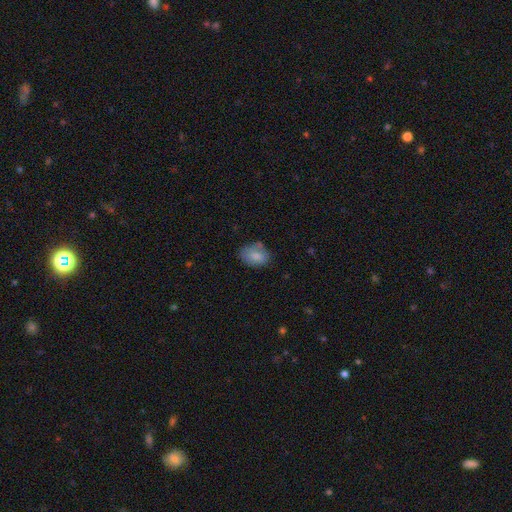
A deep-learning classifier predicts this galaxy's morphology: smooth-or-featured: smooth: 79% | featured or disk: 13% | star or artifact: 8%
  how-rounded: in between: 75% | round: 24% | cigar-shaped: 1%
  merging: none: 60% | minor disturbance: 28% | major disturbance: 8% | merger: 4%